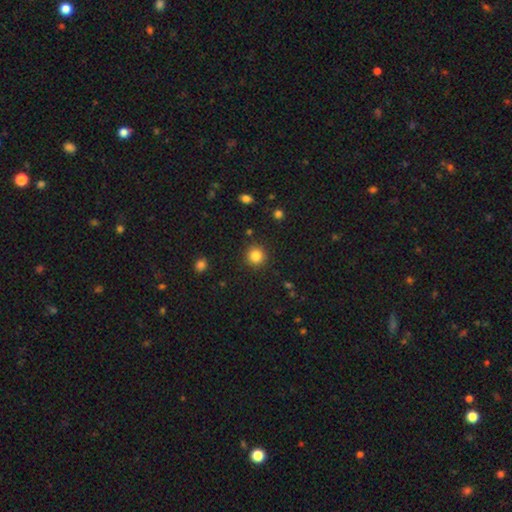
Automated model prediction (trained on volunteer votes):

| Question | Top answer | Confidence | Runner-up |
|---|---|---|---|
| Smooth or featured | smooth | 84% | star or artifact (11%) |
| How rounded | round | 94% | in between (5%) |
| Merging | none | 90% | minor disturbance (6%) |